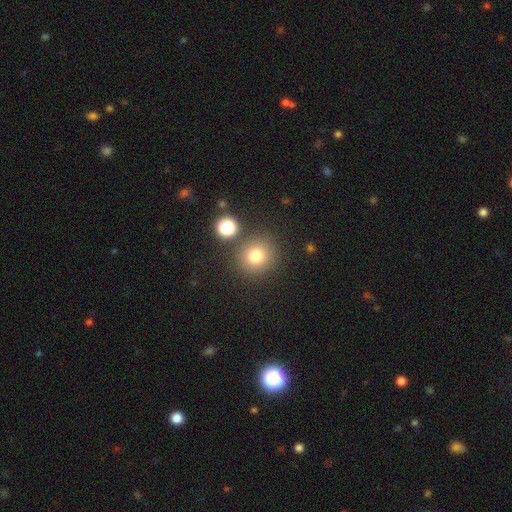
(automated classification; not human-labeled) Overall: smooth (78%). How rounded: round (90%). Merging: none (80%).